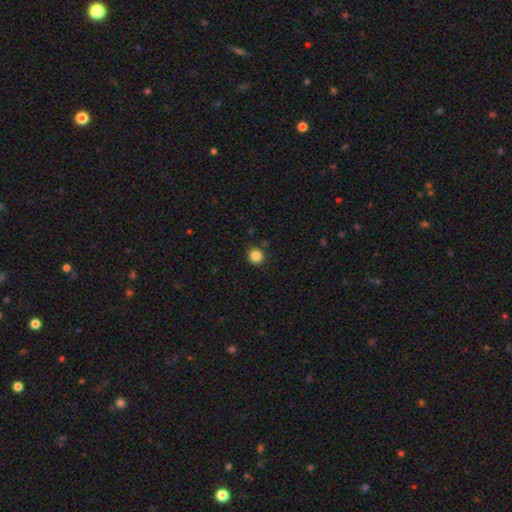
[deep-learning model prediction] The model was most divided on "smooth or featured": smooth: 85%, star or artifact: 11%, featured or disk: 4%. More confident: merging — none (89%); how rounded — round (88%).